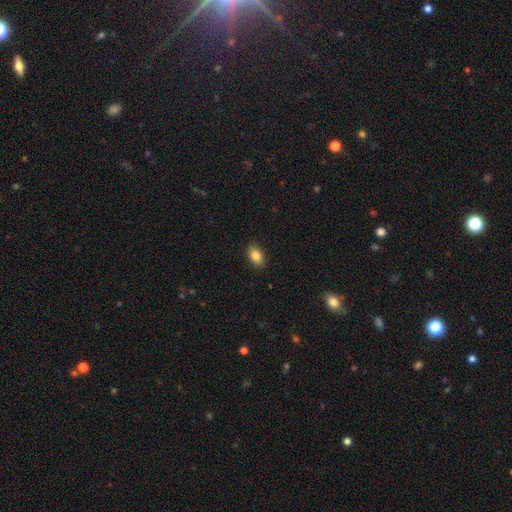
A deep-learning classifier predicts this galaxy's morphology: Smooth or featured? smooth (86%)
How rounded? in between (90%)
Merging? none (89%)